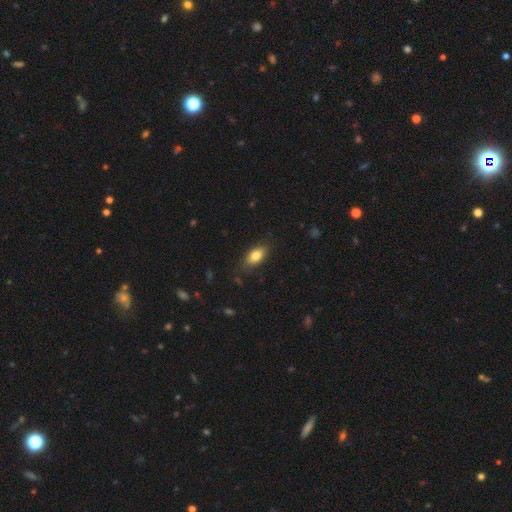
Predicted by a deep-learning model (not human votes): Morphology: type=smooth (81%); roundness=in between (88%); merging=none (81%).